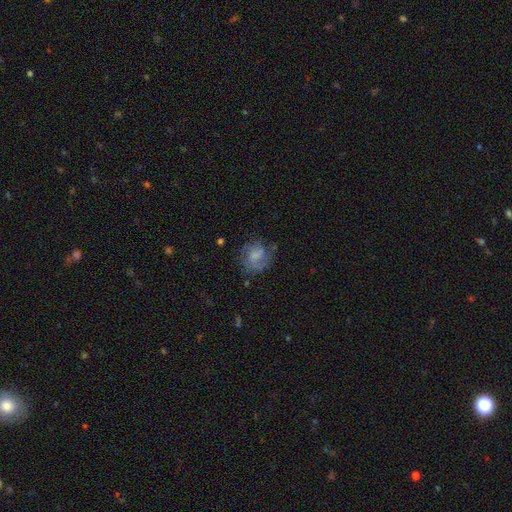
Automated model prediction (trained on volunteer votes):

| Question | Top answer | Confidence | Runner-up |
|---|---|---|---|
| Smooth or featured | featured or disk | 49% | smooth (43%) |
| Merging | none | 61% | minor disturbance (22%) |